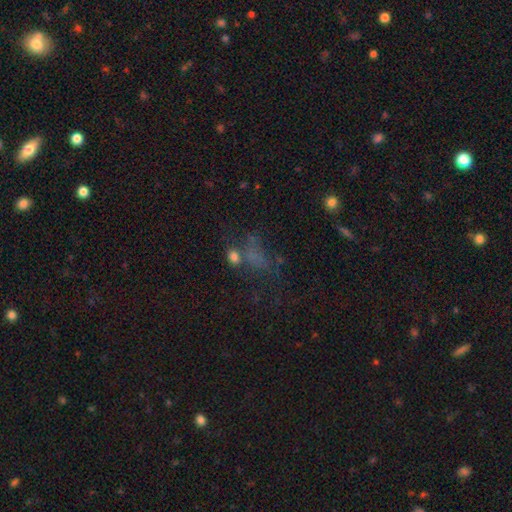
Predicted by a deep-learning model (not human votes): Smooth or featured? smooth (43%)
Merging? none (37%)